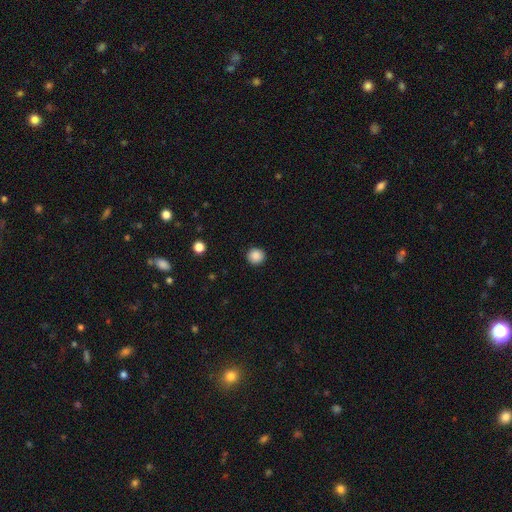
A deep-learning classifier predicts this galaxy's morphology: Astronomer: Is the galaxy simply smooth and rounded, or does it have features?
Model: smooth — 87%.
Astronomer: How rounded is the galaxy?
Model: round — 93%.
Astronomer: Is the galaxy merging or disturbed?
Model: none — 92%.